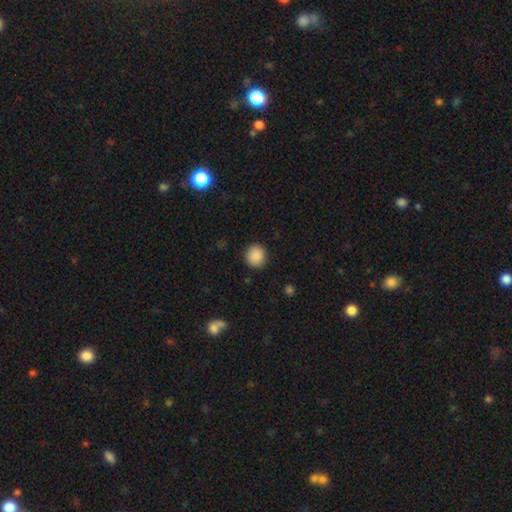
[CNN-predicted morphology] This appears to be a smooth galaxy with no disk features (89%) that is round (89%). Merging: none (90%).